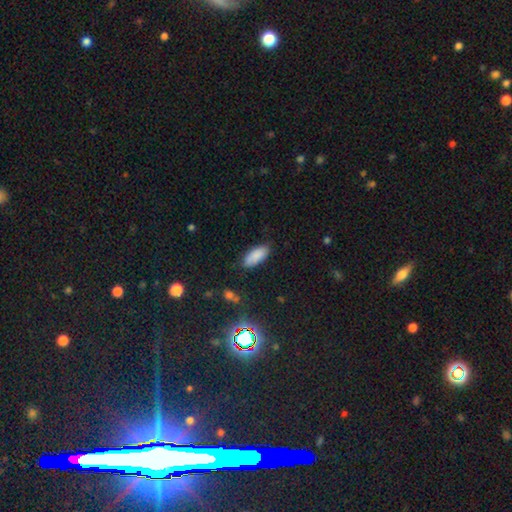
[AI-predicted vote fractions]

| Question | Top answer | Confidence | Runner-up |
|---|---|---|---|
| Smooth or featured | smooth | 85% | star or artifact (9%) |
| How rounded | in between | 85% | cigar-shaped (13%) |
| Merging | none | 80% | minor disturbance (15%) |